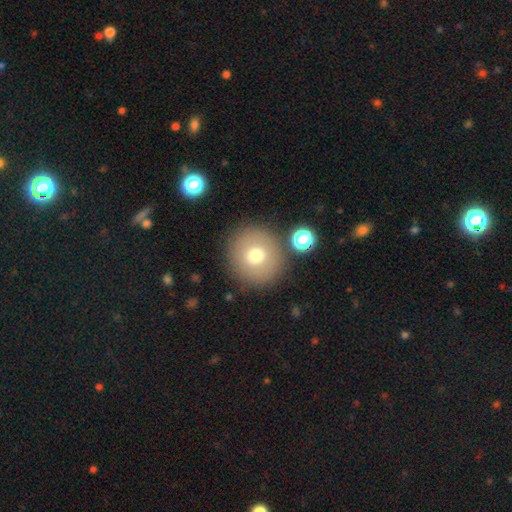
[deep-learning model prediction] Overall: smooth (72%). How rounded: round (93%). Merging: none (82%).